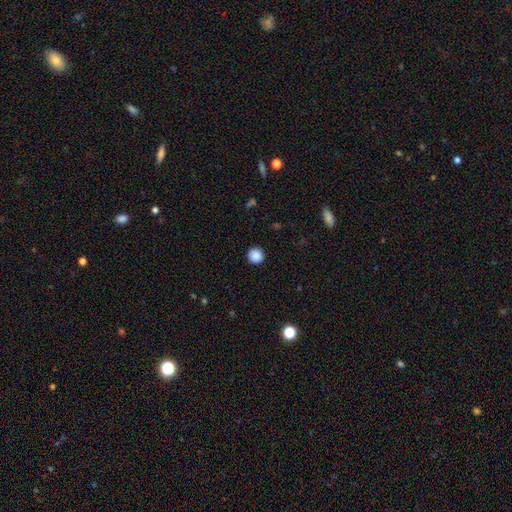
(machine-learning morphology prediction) Overall: smooth (87%). How rounded: round (95%). Merging: none (92%).